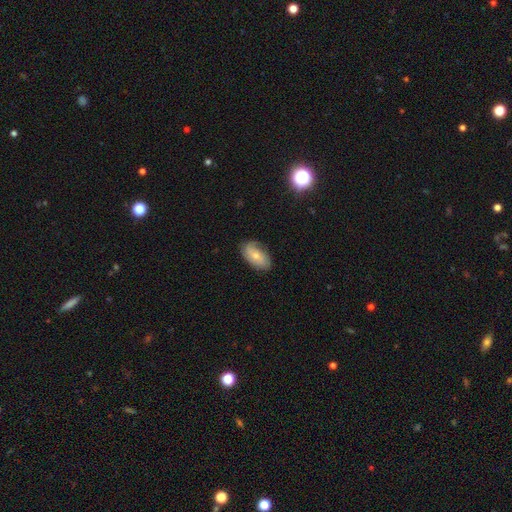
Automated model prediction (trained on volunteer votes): Q: Smooth or featured?
A: smooth (52%); runner-up: featured or disk (40%)
Q: How rounded?
A: in between (92%); runner-up: round (6%)
Q: Merging?
A: none (74%); runner-up: minor disturbance (20%)